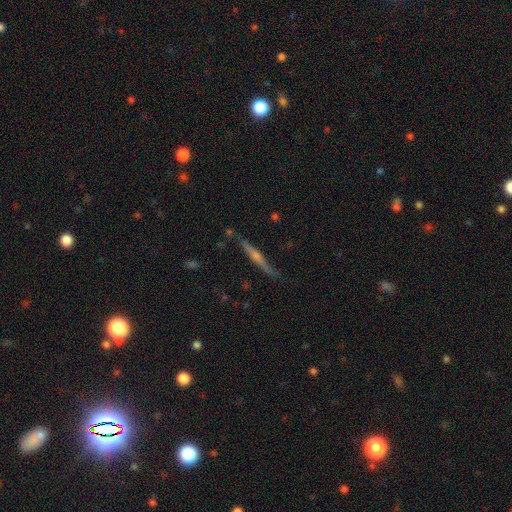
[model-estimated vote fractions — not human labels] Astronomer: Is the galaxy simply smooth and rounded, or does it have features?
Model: featured or disk — 74%.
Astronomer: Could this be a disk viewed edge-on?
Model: yes — 97%.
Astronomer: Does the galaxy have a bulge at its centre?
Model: rounded — 73%.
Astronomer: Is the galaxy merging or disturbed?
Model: none — 83%.